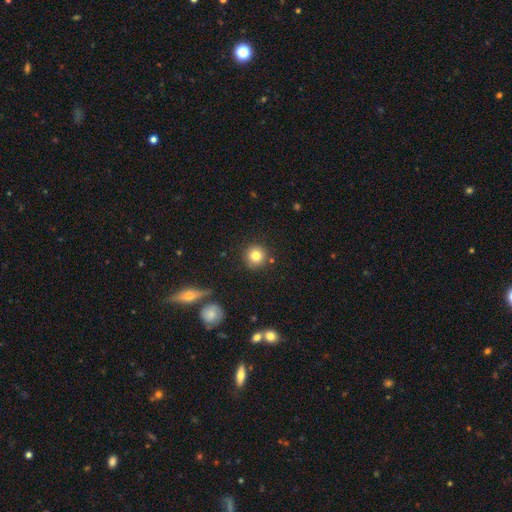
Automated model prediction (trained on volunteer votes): The model was most divided on "smooth or featured": smooth: 81%, star or artifact: 11%, featured or disk: 8%. More confident: how rounded — round (94%); merging — none (88%).